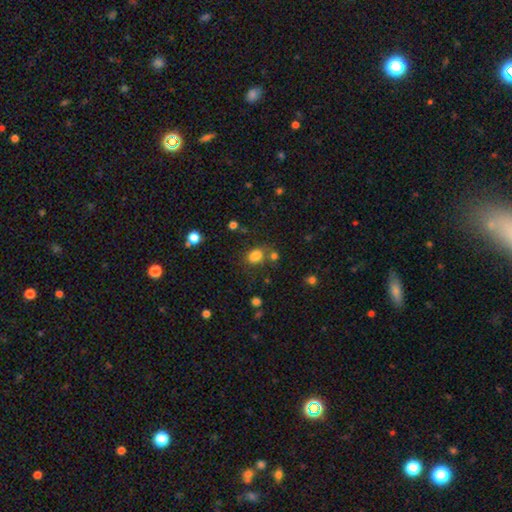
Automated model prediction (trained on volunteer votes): A smooth galaxy with no disk features (79%) that is in between round and cigar-shaped (59%).

Vote fractions:
- Smooth or featured? smooth: 79% / star or artifact: 14% / featured or disk: 7%
- How rounded? in between: 59% / round: 39% / cigar-shaped: 1%
- Merging? none: 56% / merger: 20% / minor disturbance: 16% / major disturbance: 7%